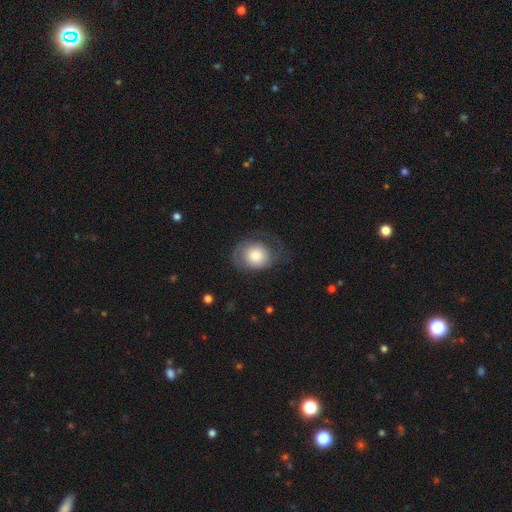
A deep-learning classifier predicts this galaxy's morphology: This appears to be a smooth galaxy with no disk features (54%) that is round (63%). Merging: none (52%).